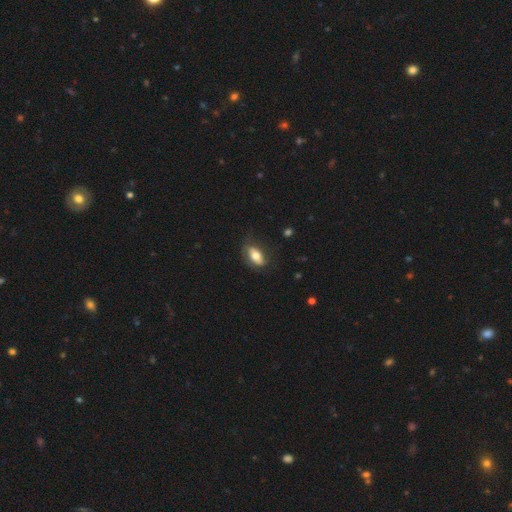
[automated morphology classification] This appears to be a smooth galaxy with no disk features (60%) that is in between round and cigar-shaped (87%). Merging: none (66%).